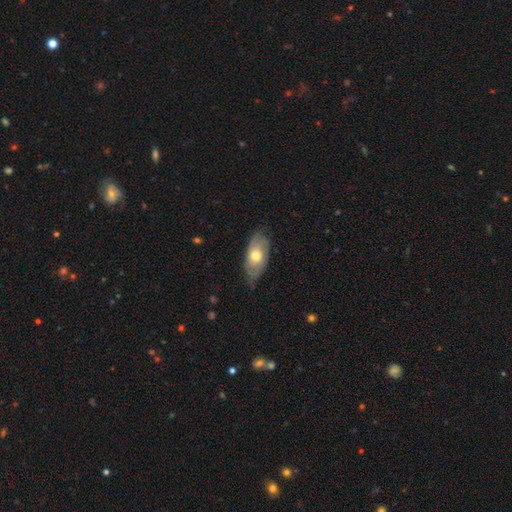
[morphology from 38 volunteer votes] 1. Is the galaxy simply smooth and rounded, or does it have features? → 53% smooth, 39% featured or disk, 8% star or artifact.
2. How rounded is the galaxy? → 80% in between, 10% round, 10% cigar-shaped.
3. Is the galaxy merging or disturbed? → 46% none (tied), 46% minor disturbance (tied), 6% major disturbance, 3% merger.